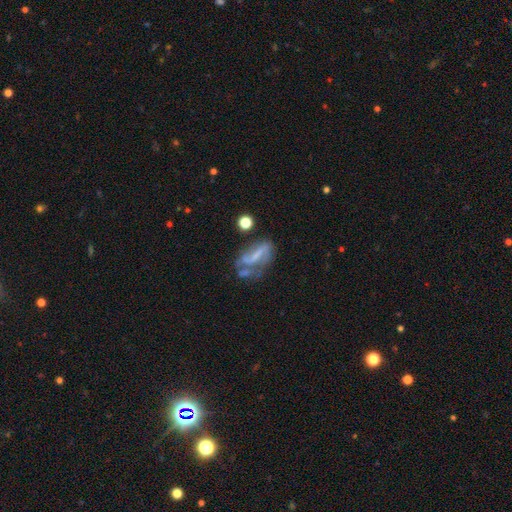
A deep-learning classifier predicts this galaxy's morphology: This appears to be a featured or disk galaxy (62%) with a strong bar (37%), spiral arms (58%) and no central bulge (51%). Merging: none (34%).